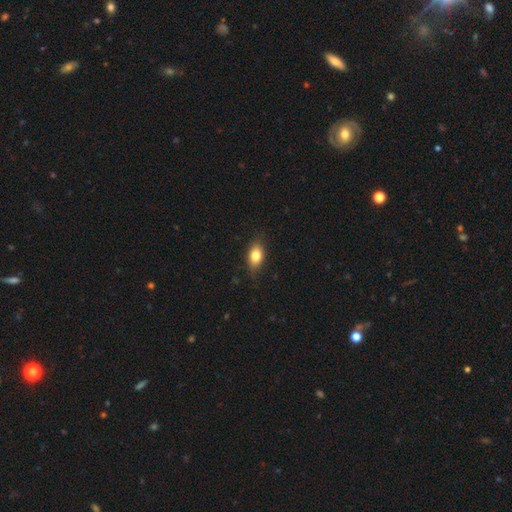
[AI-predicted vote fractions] Q: Smooth or featured?
A: smooth (79%); runner-up: featured or disk (13%)
Q: How rounded?
A: in between (84%); runner-up: round (11%)
Q: Merging?
A: none (82%); runner-up: minor disturbance (15%)